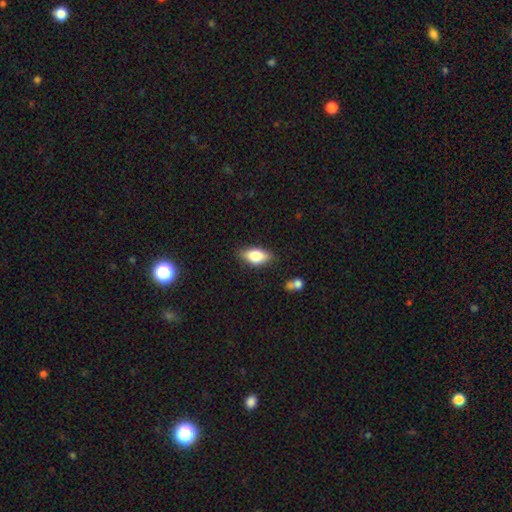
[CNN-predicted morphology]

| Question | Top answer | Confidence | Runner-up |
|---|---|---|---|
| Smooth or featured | smooth | 77% | featured or disk (15%) |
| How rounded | in between | 86% | cigar-shaped (8%) |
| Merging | none | 80% | minor disturbance (15%) |